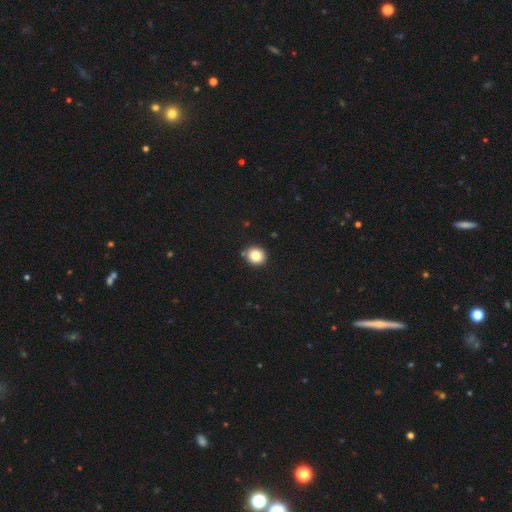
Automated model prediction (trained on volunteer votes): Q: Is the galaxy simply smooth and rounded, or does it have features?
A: smooth — 83%.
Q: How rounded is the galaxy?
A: round — 84%.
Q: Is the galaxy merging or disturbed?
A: none — 85%.